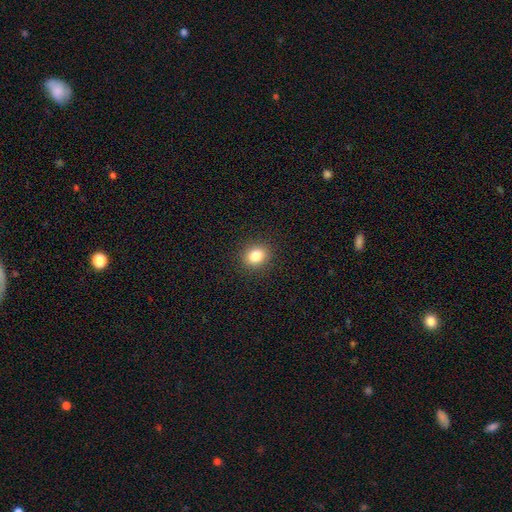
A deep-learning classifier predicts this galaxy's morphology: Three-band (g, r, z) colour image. It shows a smooth galaxy with no disk features (83%) that is round (67%). Merging: none (90%).